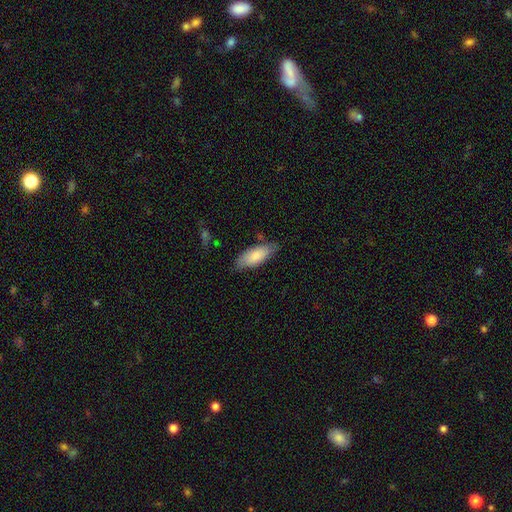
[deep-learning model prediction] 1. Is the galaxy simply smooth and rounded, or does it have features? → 81% smooth, 13% featured or disk, 6% star or artifact.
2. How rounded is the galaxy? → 76% in between, 23% cigar-shaped, 2% round.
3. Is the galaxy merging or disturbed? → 75% none, 20% minor disturbance, 3% major disturbance, 2% merger.